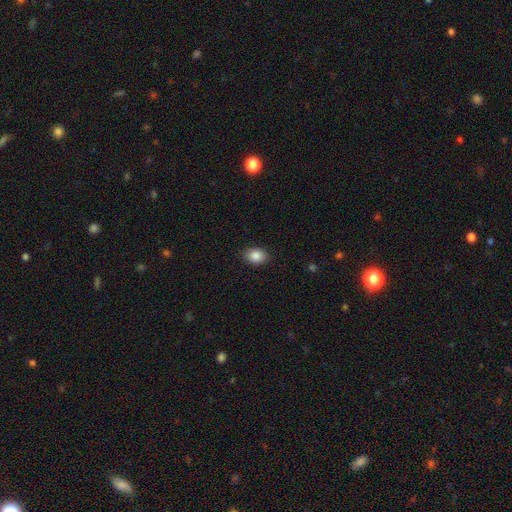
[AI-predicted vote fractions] Smooth or featured: smooth — 87% (star or artifact — 8%)
How rounded: in between — 74% (round — 25%)
Merging: none — 88% (minor disturbance — 9%)